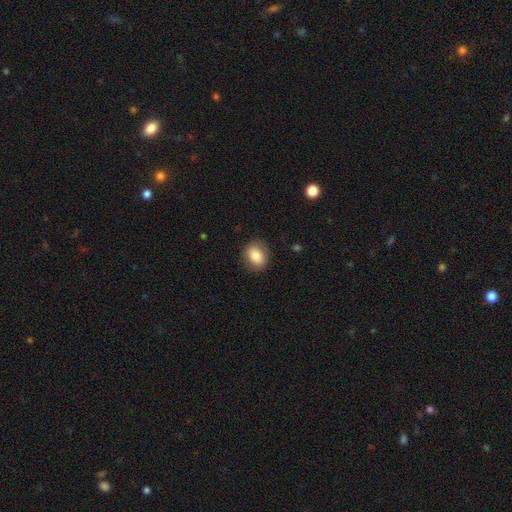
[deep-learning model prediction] smooth-or-featured: smooth: 81% | featured or disk: 11% | star or artifact: 8%
  how-rounded: in between: 56% | round: 43% | cigar-shaped: 1%
  merging: none: 82% | minor disturbance: 13% | major disturbance: 4% | merger: 1%